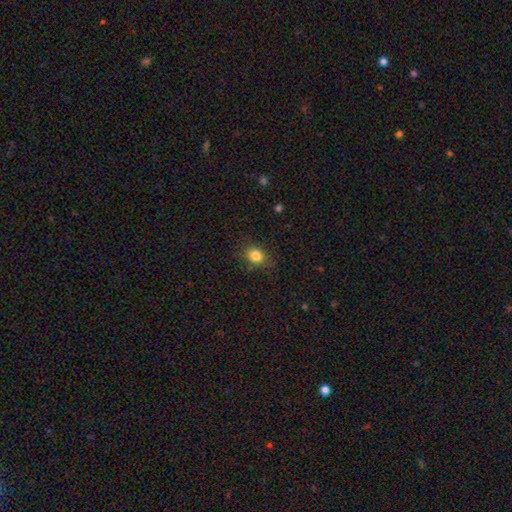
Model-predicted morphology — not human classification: Overall: smooth (83%). How rounded: round (55%; in between 44%). Merging: none (81%).